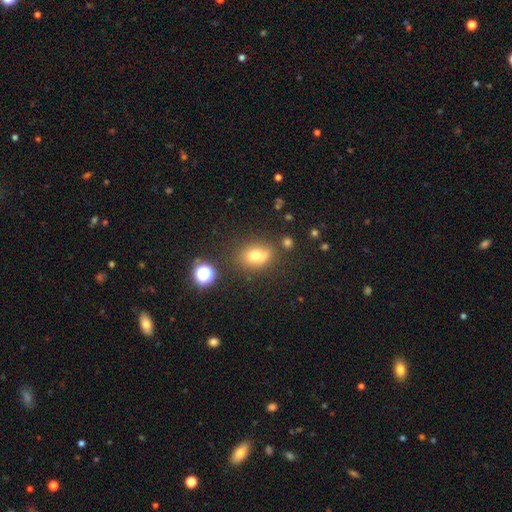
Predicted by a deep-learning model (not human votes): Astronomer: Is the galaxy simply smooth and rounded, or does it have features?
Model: smooth — 69%.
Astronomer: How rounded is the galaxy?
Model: in between — 50% (runner-up: round, 48%).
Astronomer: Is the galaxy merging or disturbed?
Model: none — 63%.